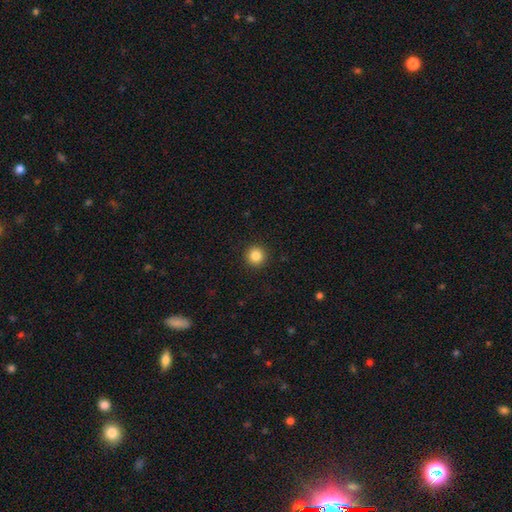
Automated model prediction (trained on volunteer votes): Smooth or featured? smooth (85%)
How rounded? round (96%)
Merging? none (93%)